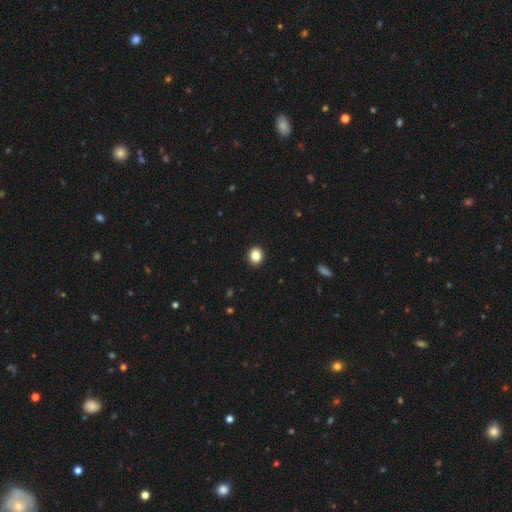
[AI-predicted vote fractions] smooth_or_featured: smooth (p=0.85) [alt: star or artifact p=0.10]
how_rounded: round (p=0.73) [alt: in between p=0.26]
merging: none (p=0.93) [alt: minor disturbance p=0.05]